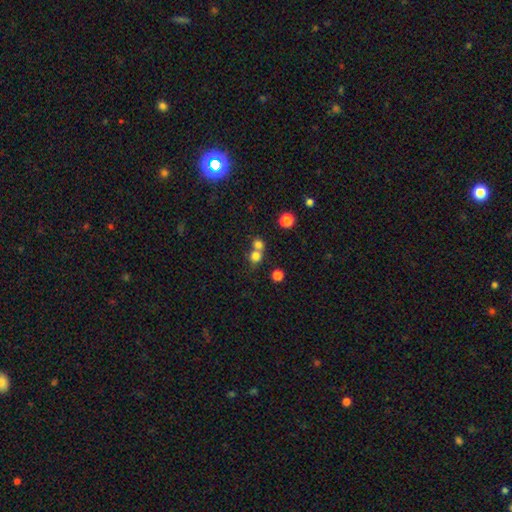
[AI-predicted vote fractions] A smooth galaxy with no disk features (76%) that is round (84%).

Vote fractions:
- Smooth or featured? smooth: 76% / star or artifact: 15% / featured or disk: 9%
- How rounded? round: 84% / in between: 15% / cigar-shaped: 1%
- Merging? merger: 49% / none: 42% / minor disturbance: 6% / major disturbance: 3%